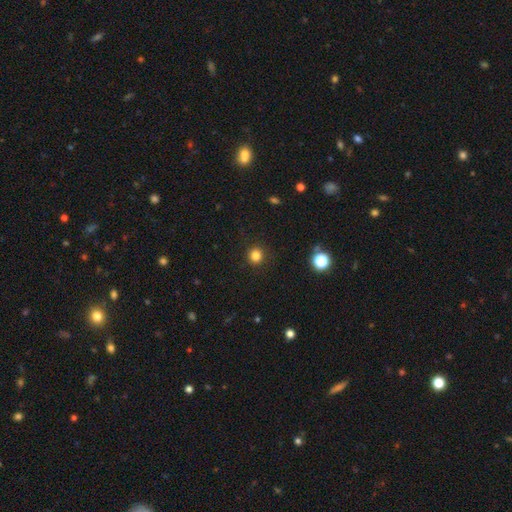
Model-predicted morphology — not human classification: Smooth or featured?
  - smooth: 83% *
  - star or artifact: 13%
  - featured or disk: 4%
How rounded?
  - round: 93% *
  - in between: 6%
  - cigar-shaped: 1%
Merging?
  - none: 91% *
  - minor disturbance: 6%
  - major disturbance: 2%
  - merger: 1%